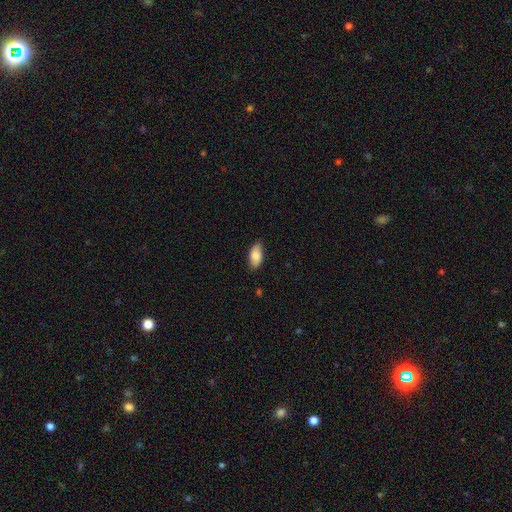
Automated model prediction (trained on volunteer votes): smooth-or-featured: smooth: 83% | featured or disk: 11% | star or artifact: 6%
  how-rounded: in between: 92% | cigar-shaped: 5% | round: 3%
  merging: none: 83% | minor disturbance: 14% | major disturbance: 2% | merger: 1%